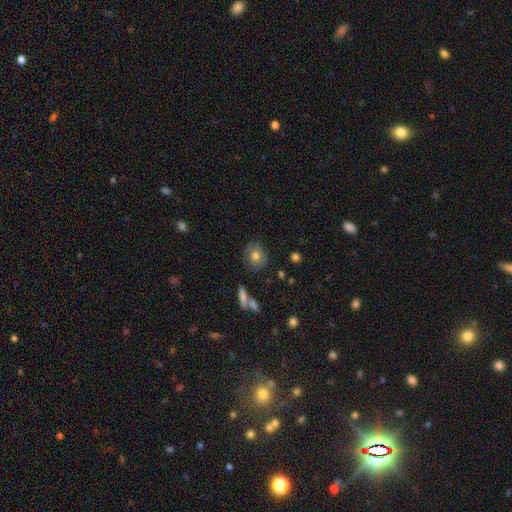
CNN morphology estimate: A smooth galaxy with no disk features (76%) that is round (78%). Merging: none (85%).